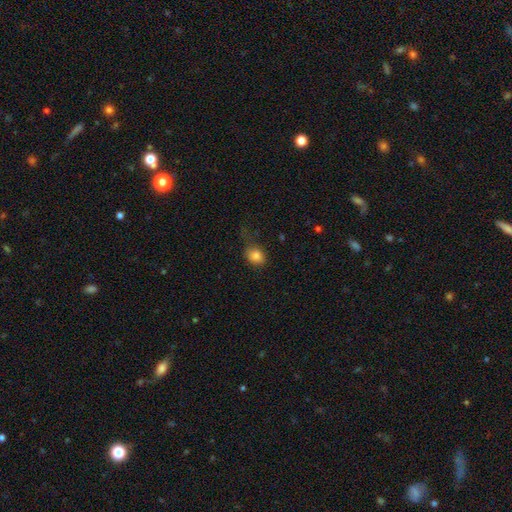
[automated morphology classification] This is clearly a smooth galaxy (84%). How rounded: possibly round (51%). Merging: possibly none (52%).